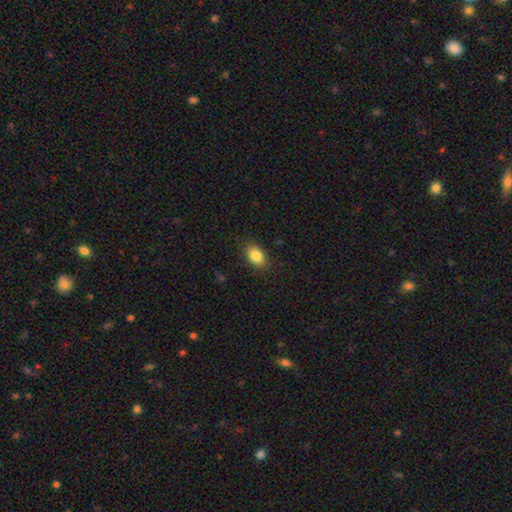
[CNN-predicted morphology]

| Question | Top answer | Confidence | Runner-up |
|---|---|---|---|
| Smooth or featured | smooth | 85% | star or artifact (8%) |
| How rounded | in between | 85% | round (13%) |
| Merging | none | 86% | minor disturbance (10%) |